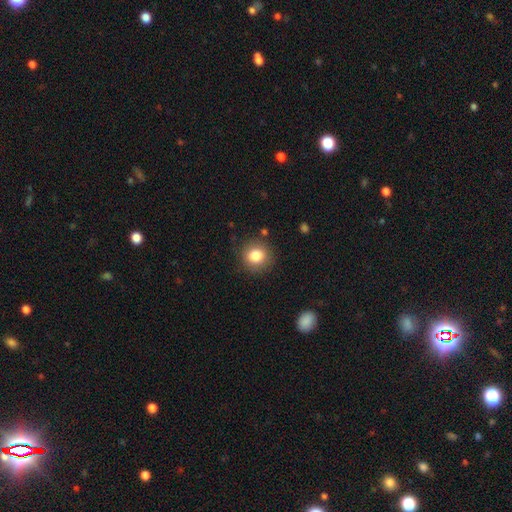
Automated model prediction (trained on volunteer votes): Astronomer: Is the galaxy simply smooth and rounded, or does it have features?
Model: smooth — 82%.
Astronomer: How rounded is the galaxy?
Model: round — 87%.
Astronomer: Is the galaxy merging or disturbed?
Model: none — 86%.